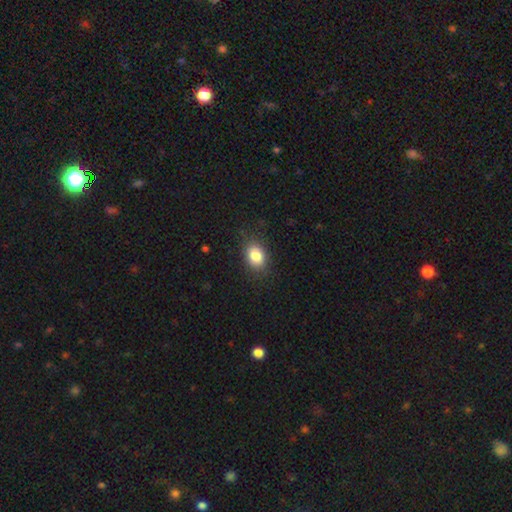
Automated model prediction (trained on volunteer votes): smooth-or-featured: smooth: 84% | star or artifact: 9% | featured or disk: 8%
  how-rounded: in between: 73% | round: 25% | cigar-shaped: 1%
  merging: none: 83% | minor disturbance: 13% | major disturbance: 4% | merger: 1%